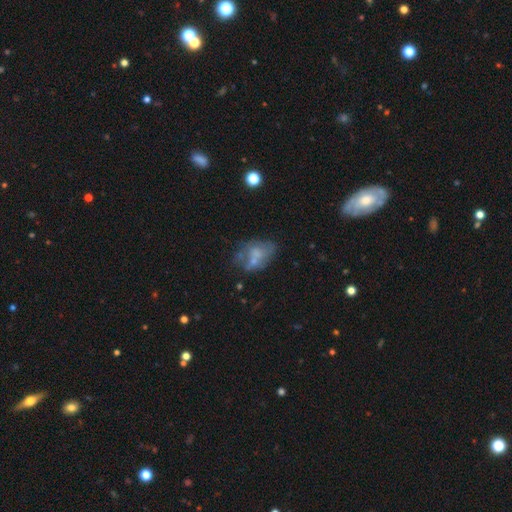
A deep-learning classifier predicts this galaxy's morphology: Overall: featured or disk (46%; smooth 42%). Merging: none (35%; minor disturbance 22%).